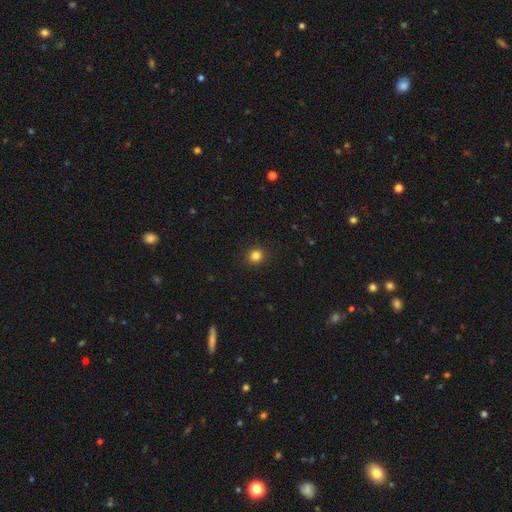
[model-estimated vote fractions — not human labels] This is clearly a smooth galaxy (83%). How rounded: clearly round (92%). Merging: clearly none (92%).